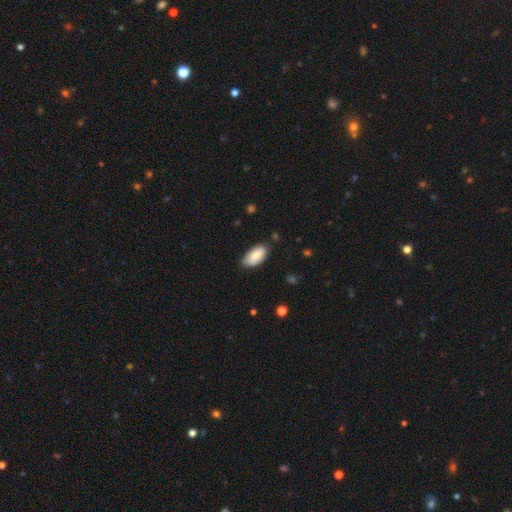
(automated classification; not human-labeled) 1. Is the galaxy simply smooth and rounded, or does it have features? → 78% smooth, 15% featured or disk, 6% star or artifact.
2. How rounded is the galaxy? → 94% in between, 3% cigar-shaped, 2% round.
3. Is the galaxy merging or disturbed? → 74% none, 21% minor disturbance, 3% major disturbance, 2% merger.